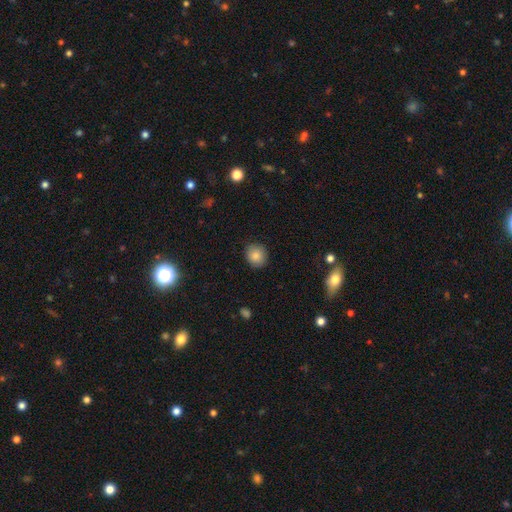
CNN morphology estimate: smooth 84%, star or artifact 9%, featured or disk 6%. Down the decision tree: how rounded — round (82%); merging — none (88%).